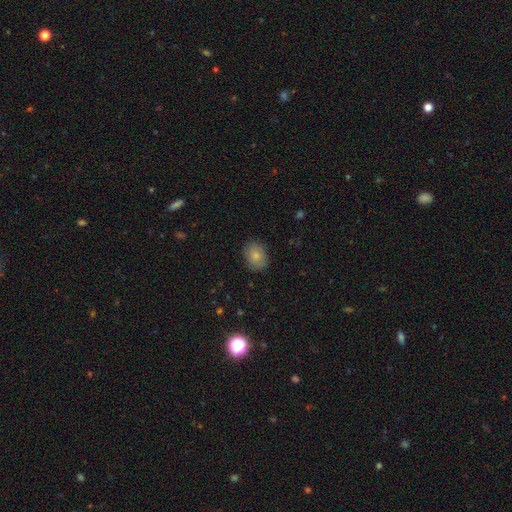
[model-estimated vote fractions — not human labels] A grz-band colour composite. It shows a smooth galaxy with no disk features (82%) that is in between round and cigar-shaped (63%). Merging: none (85%).